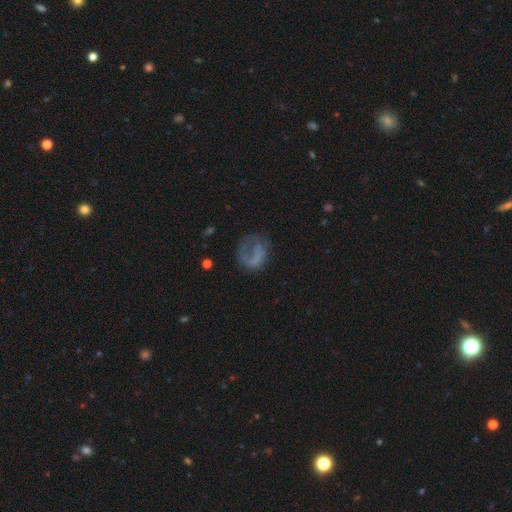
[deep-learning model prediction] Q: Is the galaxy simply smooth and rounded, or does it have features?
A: smooth — 45%.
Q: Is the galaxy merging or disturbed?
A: major disturbance — 39%.